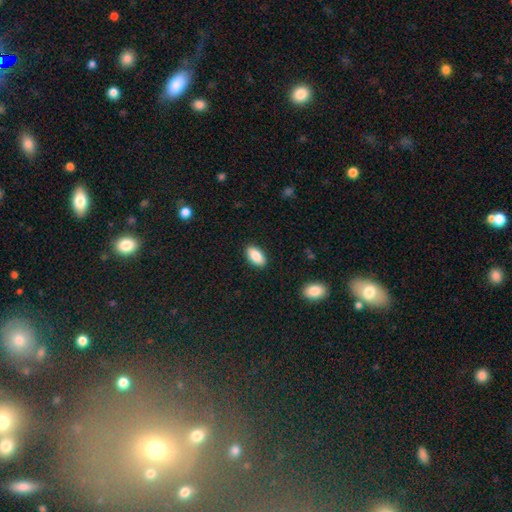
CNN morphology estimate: This is clearly a smooth galaxy (86%). How rounded: clearly in between (91%). Merging: clearly none (89%).